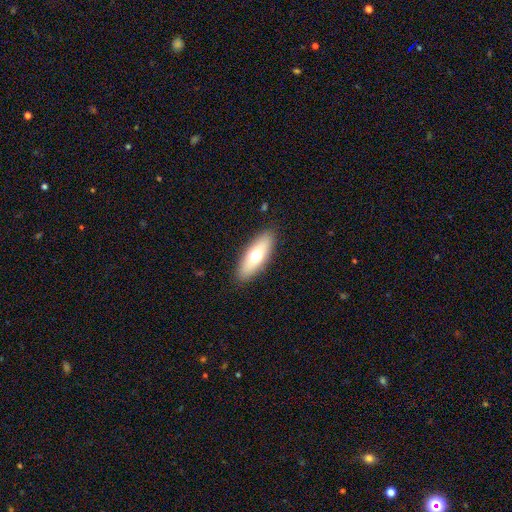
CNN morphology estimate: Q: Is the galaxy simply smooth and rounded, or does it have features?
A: smooth — 64%.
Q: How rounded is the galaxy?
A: in between — 61%.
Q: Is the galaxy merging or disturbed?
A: none — 88%.